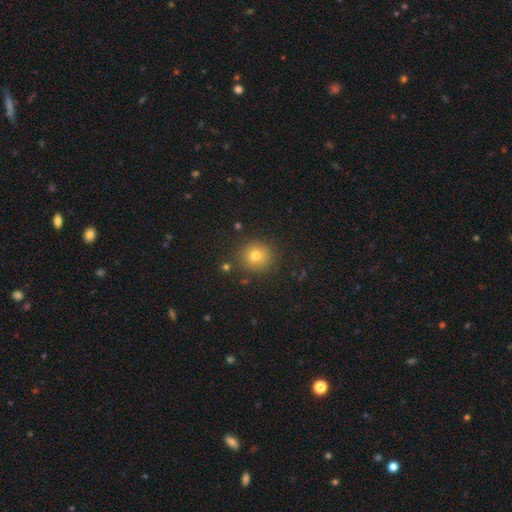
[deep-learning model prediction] smooth 74%, star or artifact 17%, featured or disk 10%. Down the decision tree: how rounded — round (92%); merging — none (87%).